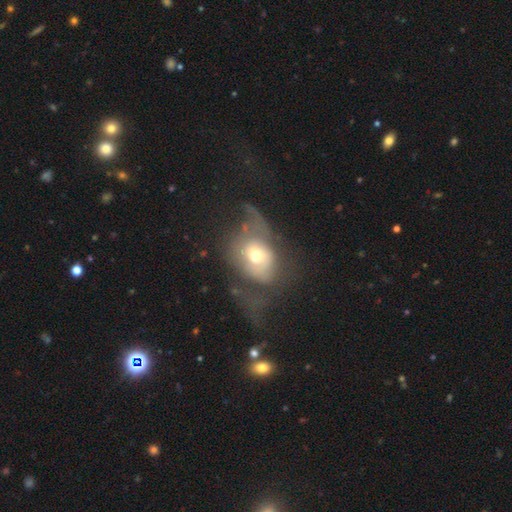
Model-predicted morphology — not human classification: A smooth galaxy with no disk features (50%).

Vote fractions:
- Smooth or featured? smooth: 50% / featured or disk: 40% / star or artifact: 10%
- Merging? major disturbance: 55% / none: 24% / minor disturbance: 18% / merger: 4%